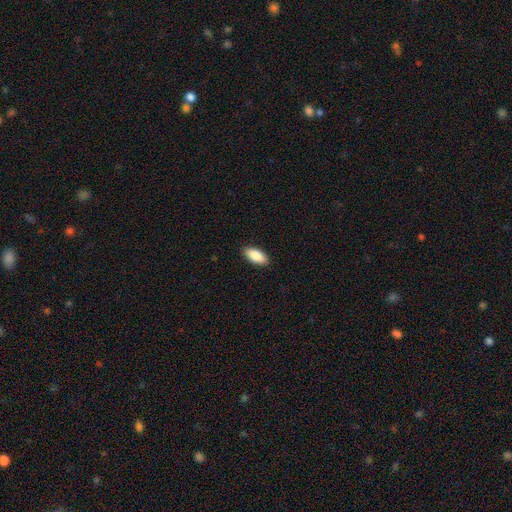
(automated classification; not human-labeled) Q: Smooth or featured?
A: smooth (87%); runner-up: featured or disk (7%)
Q: How rounded?
A: in between (90%); runner-up: cigar-shaped (8%)
Q: Merging?
A: none (90%); runner-up: minor disturbance (8%)